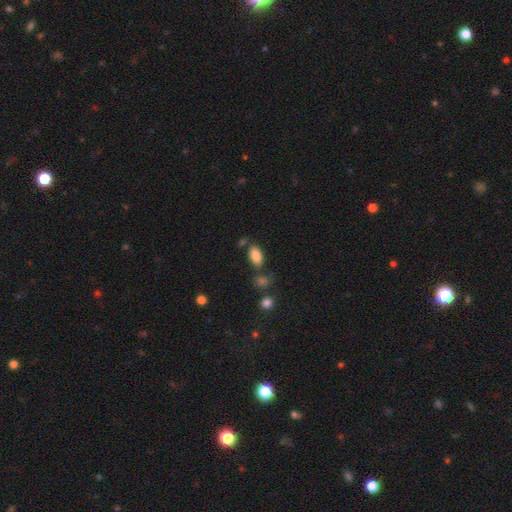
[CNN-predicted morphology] smooth 85%, star or artifact 9%, featured or disk 6%. Down the decision tree: how rounded — in between (92%); merging — none (71%).